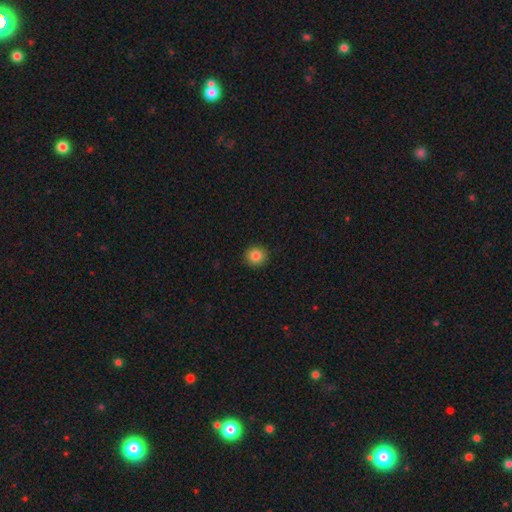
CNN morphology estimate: A smooth galaxy with no disk features (84%) that is round (93%). Merging: none (92%).